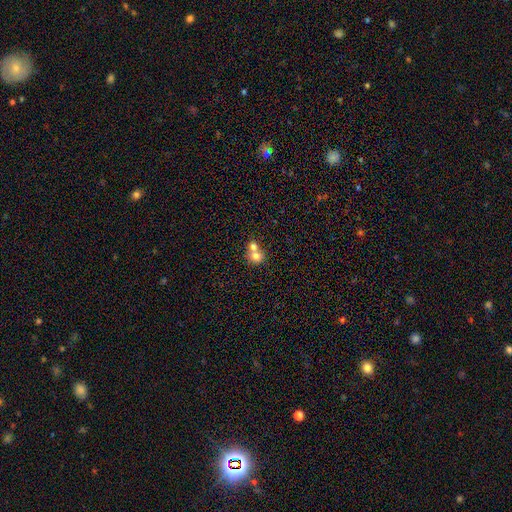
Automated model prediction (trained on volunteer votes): Smooth or featured? Predicted: smooth (p=0.74). How rounded? Predicted: round (p=0.78). Merging? Predicted: merger (p=0.65).